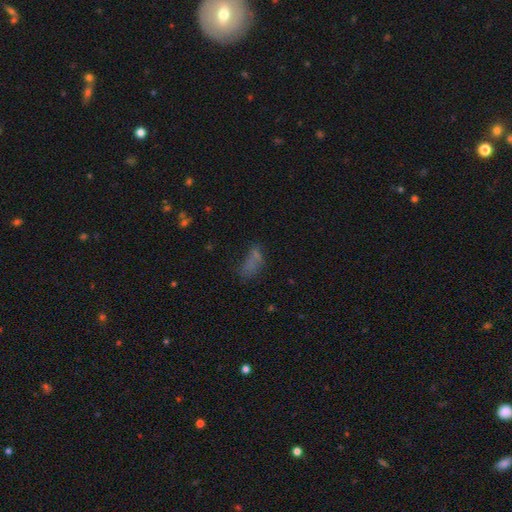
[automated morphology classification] Smooth or featured? smooth (51%)
How rounded? in between (79%)
Merging? none (59%)